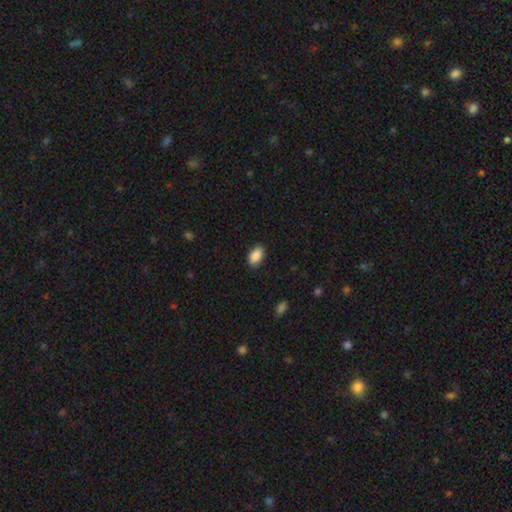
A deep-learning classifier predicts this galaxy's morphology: This appears to be a smooth galaxy with no disk features (89%) that is in between round and cigar-shaped (92%). Merging: none (87%).